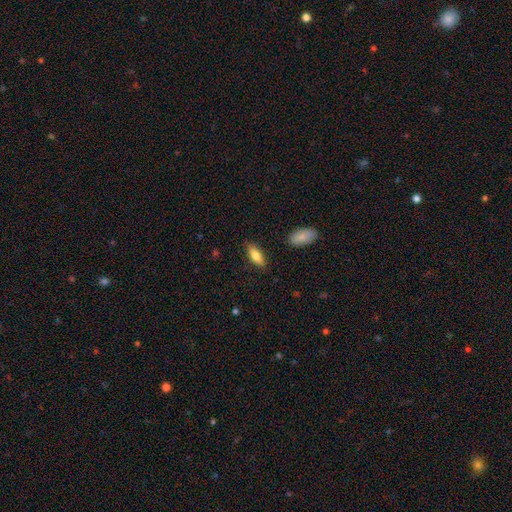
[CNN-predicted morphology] smooth_or_featured: smooth (p=0.77) [alt: featured or disk p=0.16]
how_rounded: in between (p=0.75) [alt: cigar-shaped p=0.23]
merging: none (p=0.84) [alt: minor disturbance p=0.11]